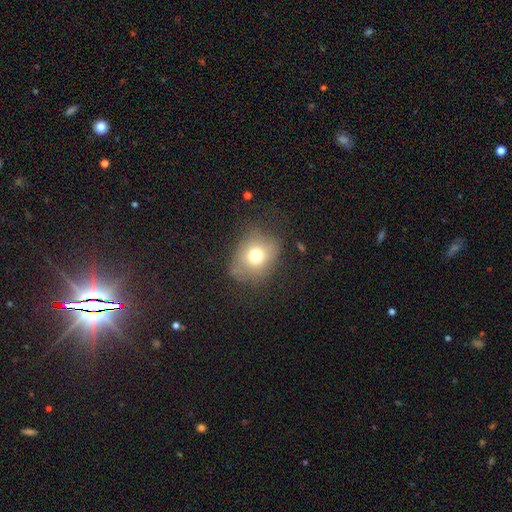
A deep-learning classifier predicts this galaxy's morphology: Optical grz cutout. It shows a smooth galaxy with no disk features (68%) that is round (60%). Merging: none (58%).